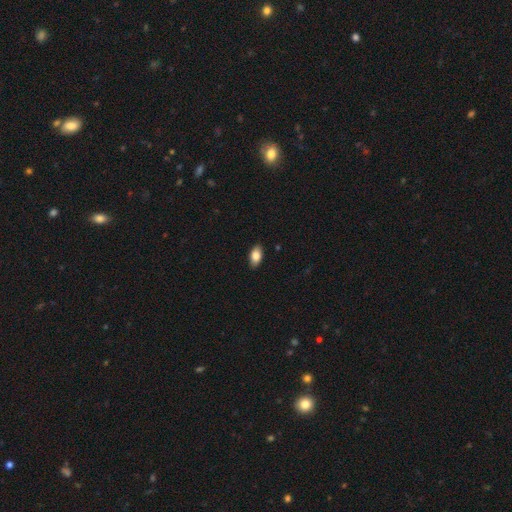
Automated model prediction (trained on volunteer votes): This is clearly a smooth galaxy (84%). How rounded: clearly in between (93%). Merging: clearly none (89%).